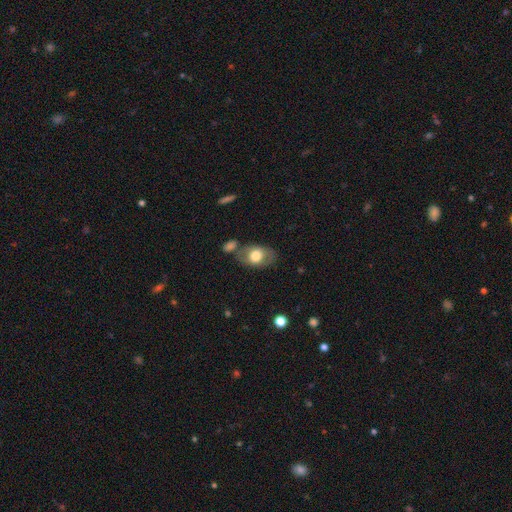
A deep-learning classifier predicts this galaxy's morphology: smooth 64%, featured or disk 29%, star or artifact 7%. Down the decision tree: how rounded — in between (82%); merging — none (62%).